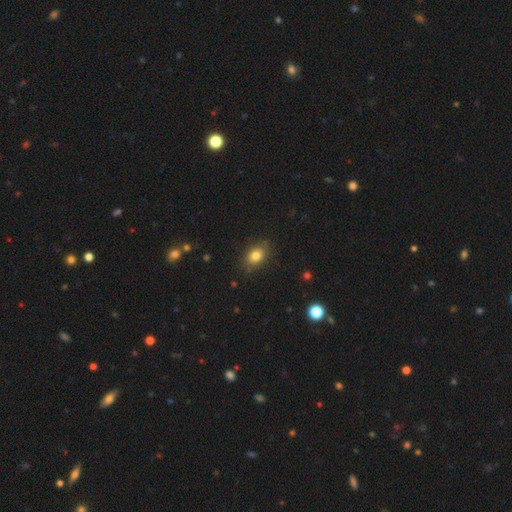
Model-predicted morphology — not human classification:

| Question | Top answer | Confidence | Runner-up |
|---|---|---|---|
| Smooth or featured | smooth | 81% | star or artifact (10%) |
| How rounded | in between | 72% | round (26%) |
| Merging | none | 83% | minor disturbance (13%) |